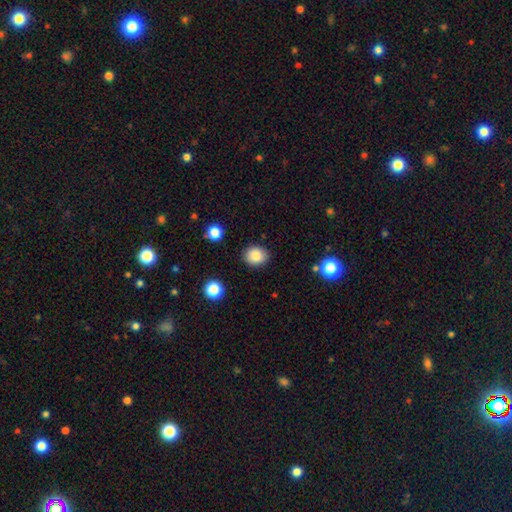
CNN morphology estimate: Smooth or featured?
  - smooth: 85% *
  - star or artifact: 9%
  - featured or disk: 6%
How rounded?
  - round: 66% *
  - in between: 33%
  - cigar-shaped: 1%
Merging?
  - none: 87% *
  - minor disturbance: 9%
  - major disturbance: 2%
  - merger: 2%